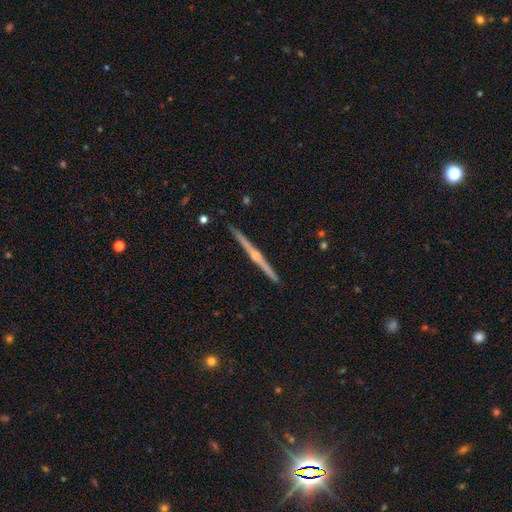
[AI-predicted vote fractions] This appears to be a featured or disk galaxy (80%) viewed edge-on (99%) with a rounded central bulge (72%). Merging: none (93%).